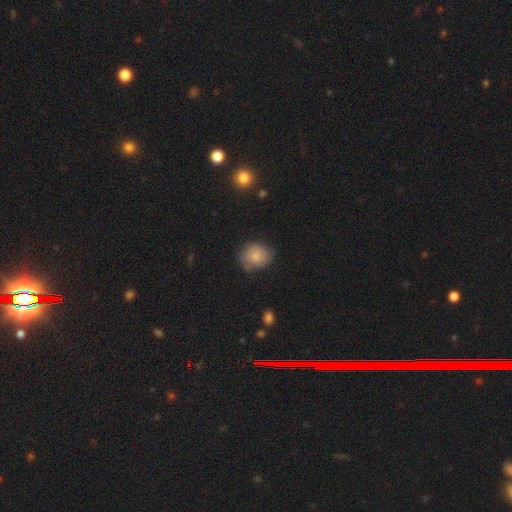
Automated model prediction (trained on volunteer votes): Morphology: type=smooth (81%); roundness=round (70%); merging=none (71%).